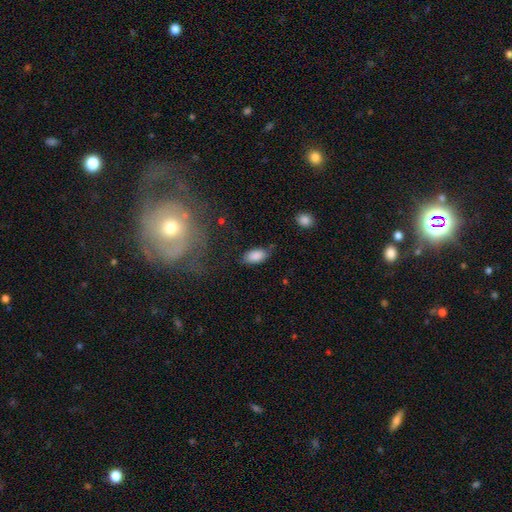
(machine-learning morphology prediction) smooth_or_featured: smooth (p=0.86) [alt: star or artifact p=0.07]
how_rounded: in between (p=0.93) [alt: round p=0.04]
merging: none (p=0.70) [alt: minor disturbance p=0.22]